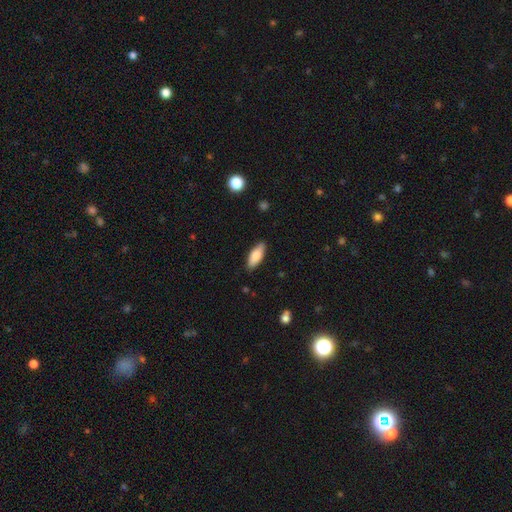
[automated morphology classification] This appears to be a smooth galaxy with no disk features (83%) that is in between round and cigar-shaped (75%). Merging: none (87%).